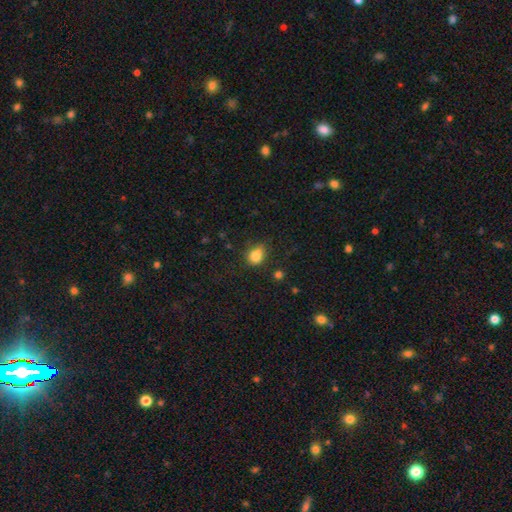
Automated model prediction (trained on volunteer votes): Morphology: type=smooth (81%); roundness=round (53%); merging=none (55%).